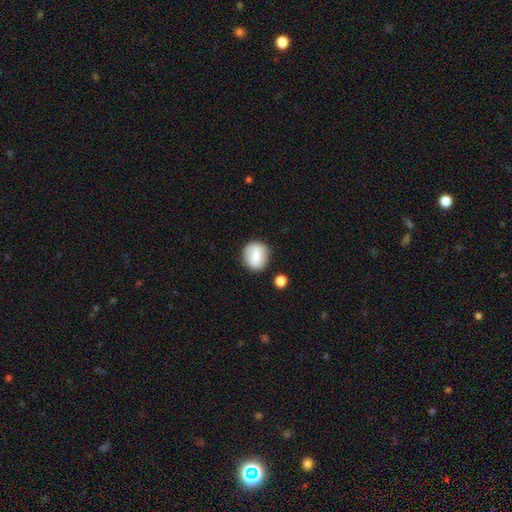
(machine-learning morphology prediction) This is likely a smooth galaxy (73%). How rounded: likely round (77%). Merging: likely none (77%).